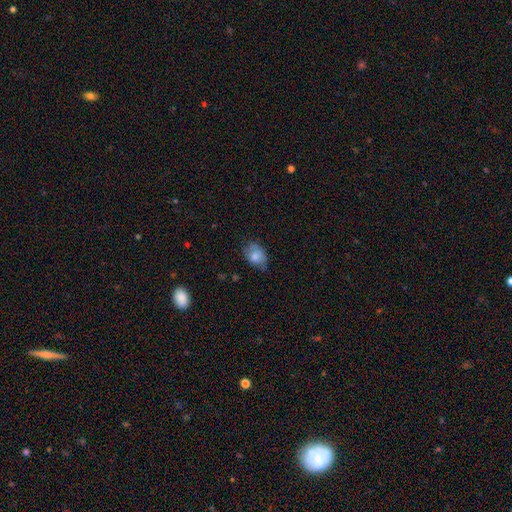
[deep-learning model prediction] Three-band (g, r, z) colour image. It shows a smooth galaxy with no disk features (80%) that is in between round and cigar-shaped (79%). Merging: none (60%).